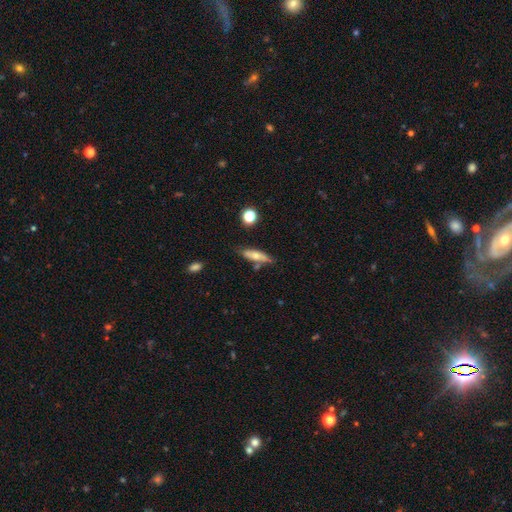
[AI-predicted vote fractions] The model was most divided on "how rounded": cigar-shaped: 55%, in between: 42%, round: 3%. More confident: merging — none (68%); smooth or featured — smooth (59%).